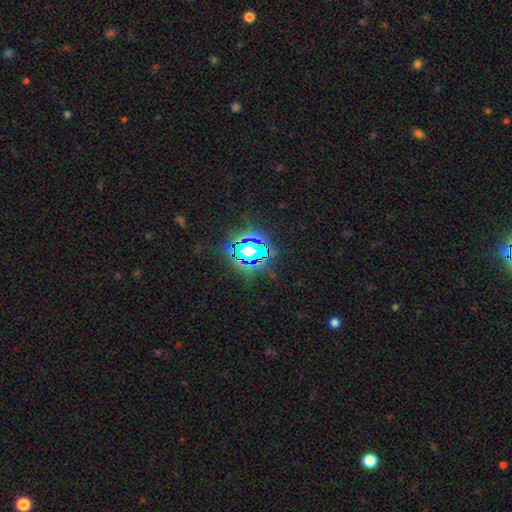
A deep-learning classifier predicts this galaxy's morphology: This appears to be a star or artifact, not a galaxy (68%).